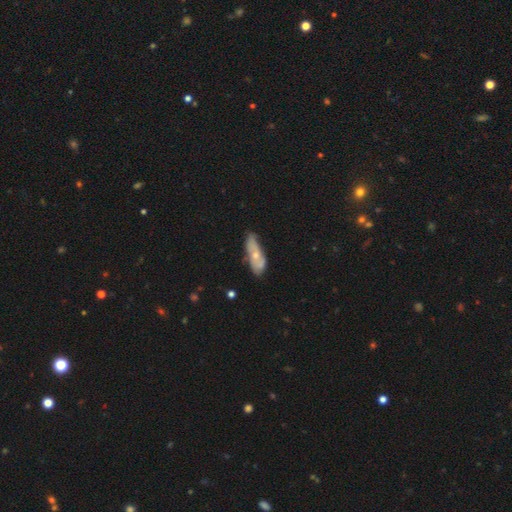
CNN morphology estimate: Smooth or featured?
  - smooth: 48% *
  - featured or disk: 45%
  - star or artifact: 7%
Merging?
  - none: 54% *
  - minor disturbance: 34%
  - major disturbance: 8%
  - merger: 5%